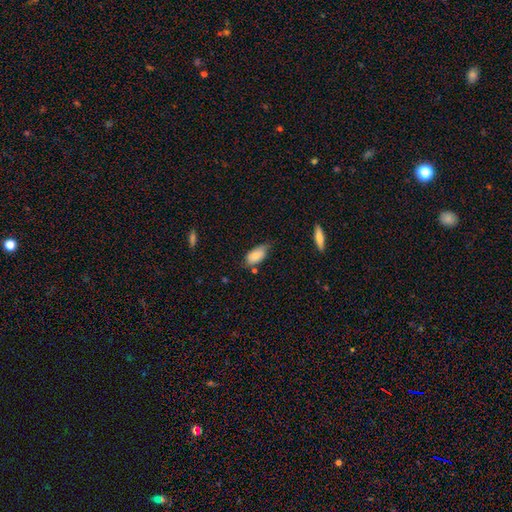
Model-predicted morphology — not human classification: Q: Smooth or featured?
A: smooth (79%); runner-up: featured or disk (14%)
Q: How rounded?
A: in between (92%); runner-up: cigar-shaped (4%)
Q: Merging?
A: none (47%); runner-up: minor disturbance (41%)